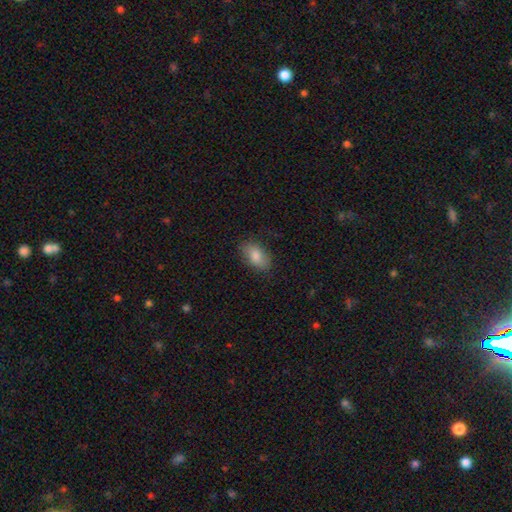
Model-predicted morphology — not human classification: smooth 82%, featured or disk 11%, star or artifact 8%. Down the decision tree: how rounded — in between (90%); merging — none (83%).